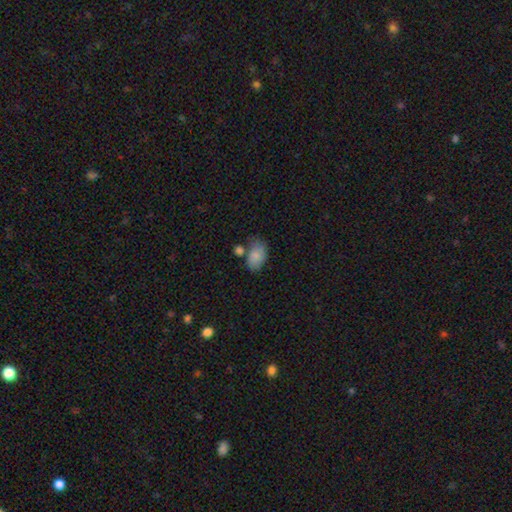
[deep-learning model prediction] This is clearly a smooth galaxy (83%). How rounded: clearly in between (88%). Merging: possibly none (50%).